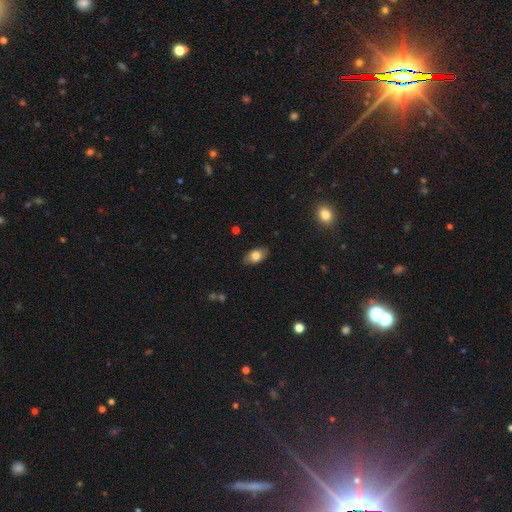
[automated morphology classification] A smooth galaxy with no disk features (78%) that is in between round and cigar-shaped (90%). Merging: none (84%).